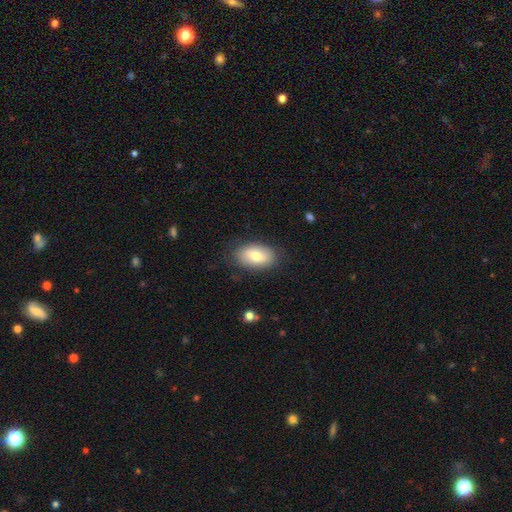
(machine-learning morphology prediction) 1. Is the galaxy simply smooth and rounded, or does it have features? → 76% smooth, 17% featured or disk, 7% star or artifact.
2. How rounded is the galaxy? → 91% in between, 7% round, 2% cigar-shaped.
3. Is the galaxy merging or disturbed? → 83% none, 13% minor disturbance, 3% major disturbance, 1% merger.